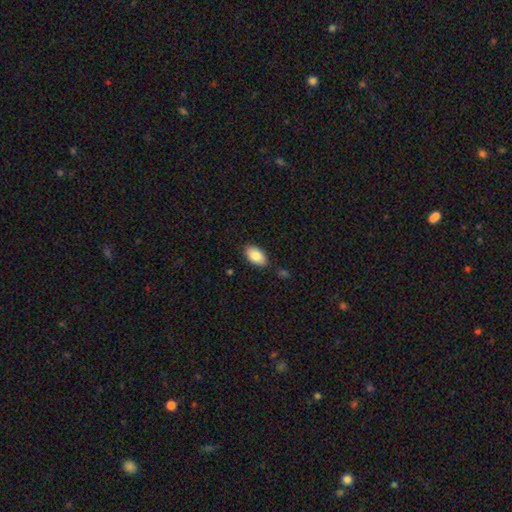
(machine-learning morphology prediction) smooth-or-featured: smooth: 85% | featured or disk: 8% | star or artifact: 7%
  how-rounded: in between: 94% | round: 4% | cigar-shaped: 2%
  merging: none: 85% | minor disturbance: 11% | merger: 2% | major disturbance: 2%